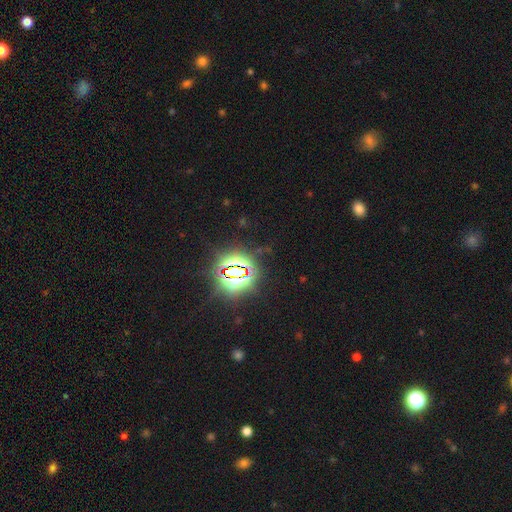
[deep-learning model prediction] This appears to be a star or artifact, not a galaxy (82%).